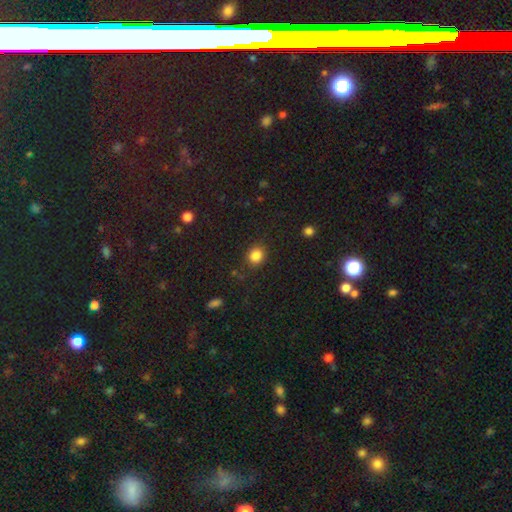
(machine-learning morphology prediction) Overall: smooth (84%). How rounded: round (72%). Merging: none (83%).